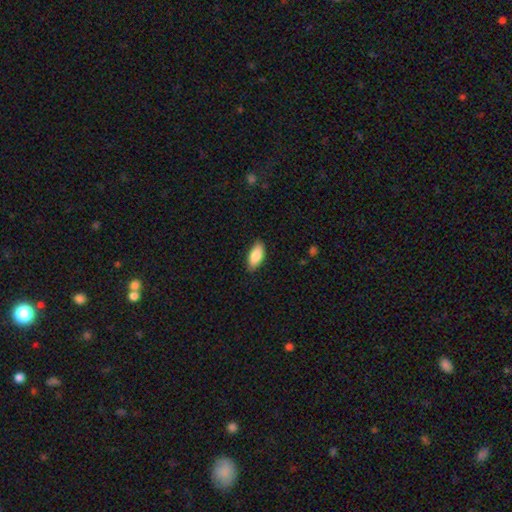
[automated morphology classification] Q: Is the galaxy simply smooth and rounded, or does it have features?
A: smooth — 87%.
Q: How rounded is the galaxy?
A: in between — 90%.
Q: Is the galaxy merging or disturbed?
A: none — 85%.